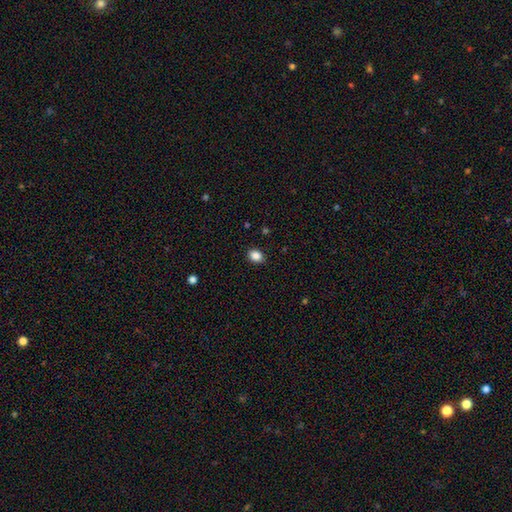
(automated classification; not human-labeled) Smooth or featured? Predicted: smooth (p=0.87). How rounded? Predicted: in between (p=0.58). Merging? Predicted: none (p=0.89).